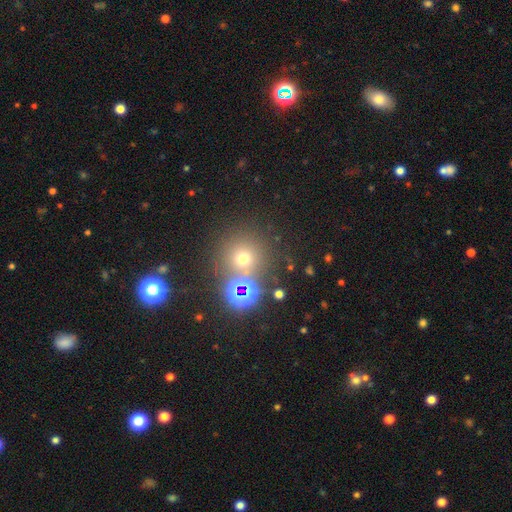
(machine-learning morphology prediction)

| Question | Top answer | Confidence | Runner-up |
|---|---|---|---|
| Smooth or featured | star or artifact | 50% | smooth (41%) |